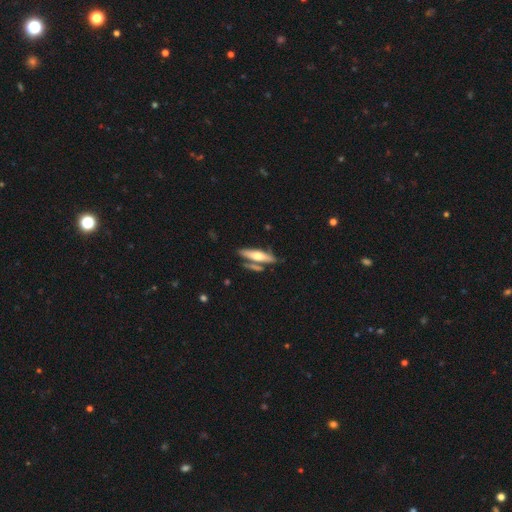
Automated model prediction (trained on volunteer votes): Morphology: type=featured or disk (48%); merging=none (66%).